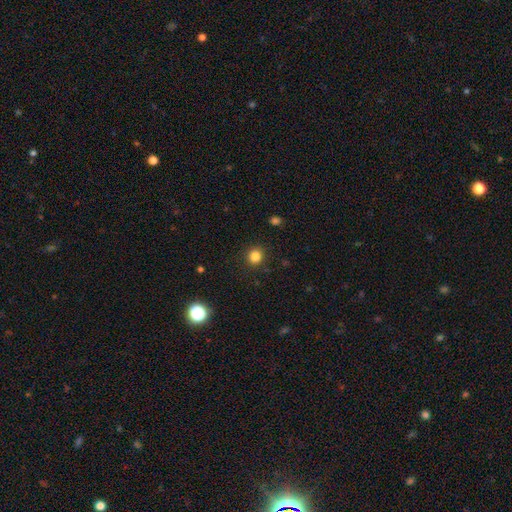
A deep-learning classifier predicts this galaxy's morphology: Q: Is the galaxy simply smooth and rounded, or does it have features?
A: smooth — 83%.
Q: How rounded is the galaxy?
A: round — 90%.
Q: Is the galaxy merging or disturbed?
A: none — 90%.